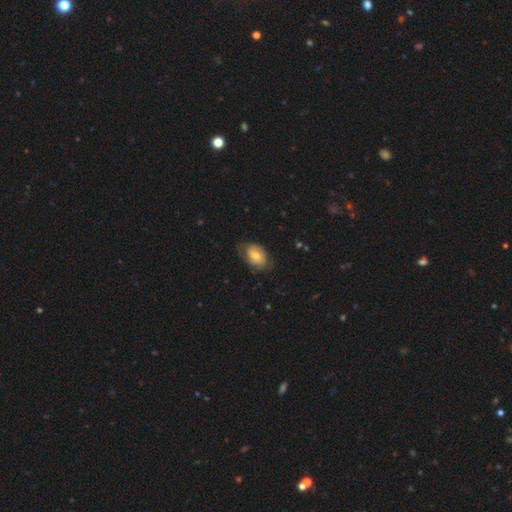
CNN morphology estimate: The model was most divided on "smooth or featured": smooth: 56%, featured or disk: 36%, star or artifact: 7%. More confident: how rounded — in between (80%); merging — none (62%).